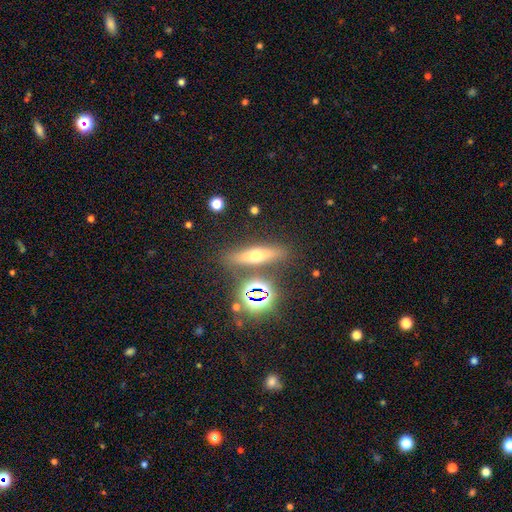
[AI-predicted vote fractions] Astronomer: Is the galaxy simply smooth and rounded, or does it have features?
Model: smooth — 45% (runner-up: featured or disk, 35%).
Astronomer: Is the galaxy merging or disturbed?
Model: none — 81%.